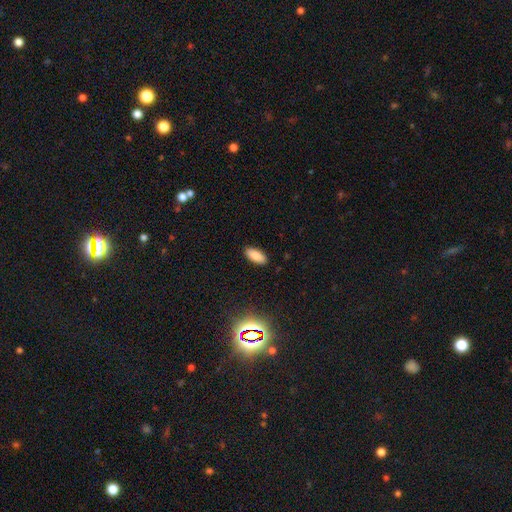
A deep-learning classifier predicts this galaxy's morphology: Smooth or featured? smooth (82%)
How rounded? in between (88%)
Merging? none (89%)